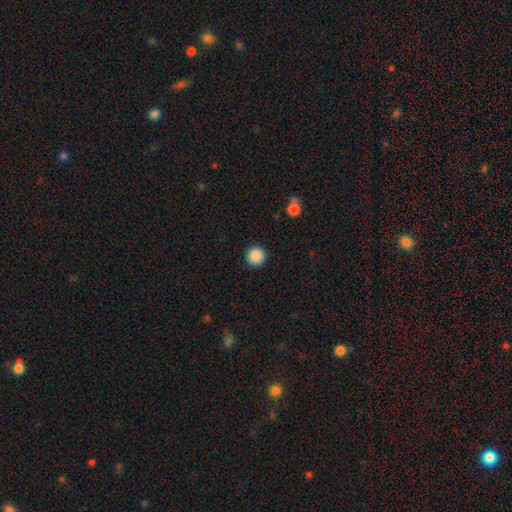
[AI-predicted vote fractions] Smooth or featured? smooth (88%)
How rounded? round (96%)
Merging? none (92%)